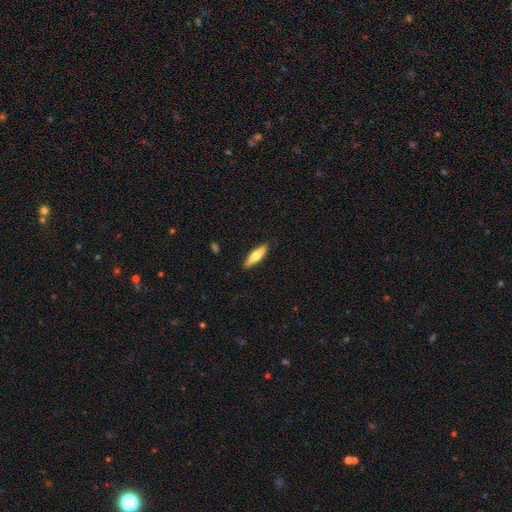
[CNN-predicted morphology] type=smooth (54%); roundness=cigar-shaped (61%); merging=none (89%).